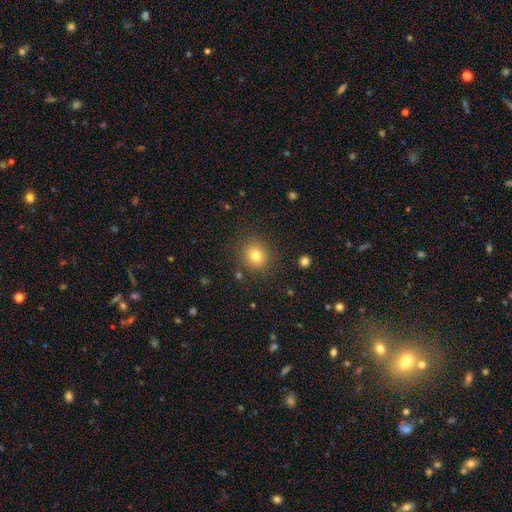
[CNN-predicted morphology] Smooth or featured: smooth — 79% (star or artifact — 13%)
How rounded: round — 83% (in between — 16%)
Merging: none — 86% (minor disturbance — 8%)